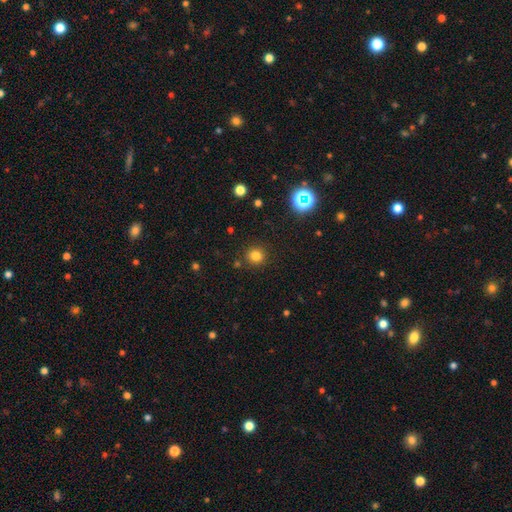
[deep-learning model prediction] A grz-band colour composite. It shows a smooth galaxy with no disk features (79%) that is round (91%). Merging: none (88%).